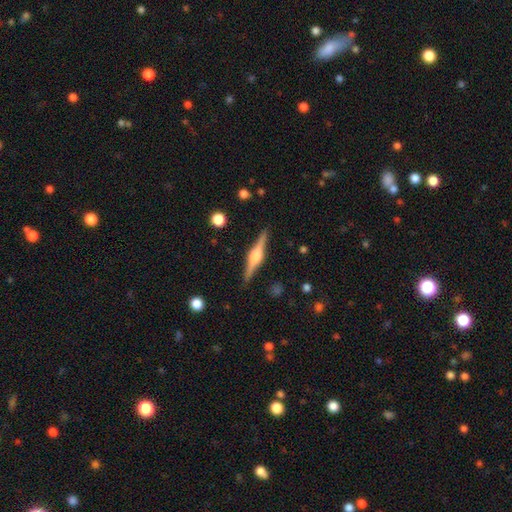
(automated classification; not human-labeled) A featured or disk galaxy (80%) viewed edge-on (98%) with a rounded central bulge (88%).

Vote fractions:
- Smooth or featured? featured or disk: 80% / smooth: 15% / star or artifact: 6%
- Edge-on disk? yes: 98% / no: 2%
- Edge-on bulge? rounded: 88% / boxy: 10% / none: 2%
- Merging? none: 90% / minor disturbance: 7% / major disturbance: 1% / merger: 1%